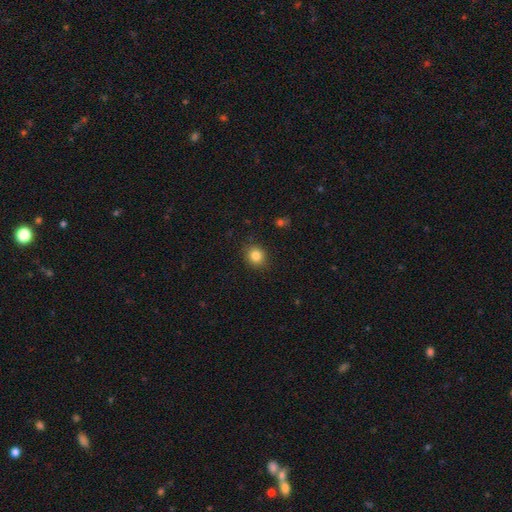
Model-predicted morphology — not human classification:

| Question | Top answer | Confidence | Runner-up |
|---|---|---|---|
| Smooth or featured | smooth | 84% | star or artifact (11%) |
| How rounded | round | 78% | in between (22%) |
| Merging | none | 88% | minor disturbance (9%) |